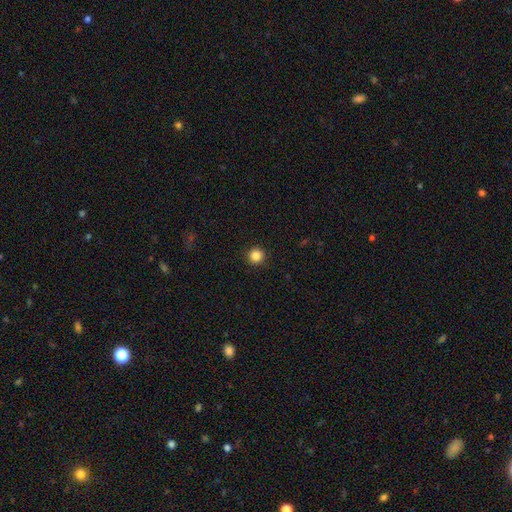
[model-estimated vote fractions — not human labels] smooth 85%, star or artifact 11%, featured or disk 4%. Down the decision tree: how rounded — round (96%); merging — none (93%).